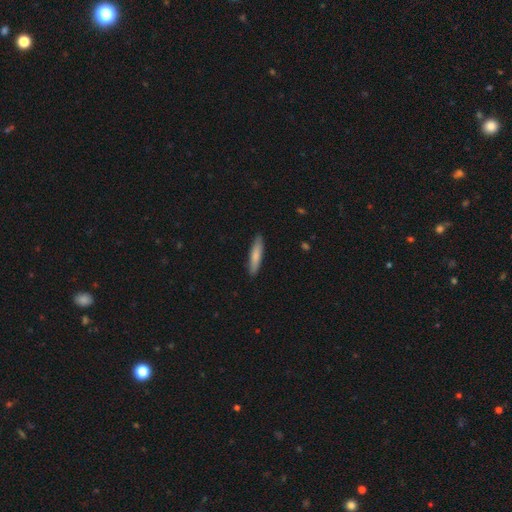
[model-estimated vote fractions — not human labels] smooth_or_featured: smooth (p=0.79) [alt: featured or disk p=0.16]
how_rounded: cigar-shaped (p=0.86) [alt: in between p=0.13]
merging: none (p=0.89) [alt: minor disturbance p=0.08]